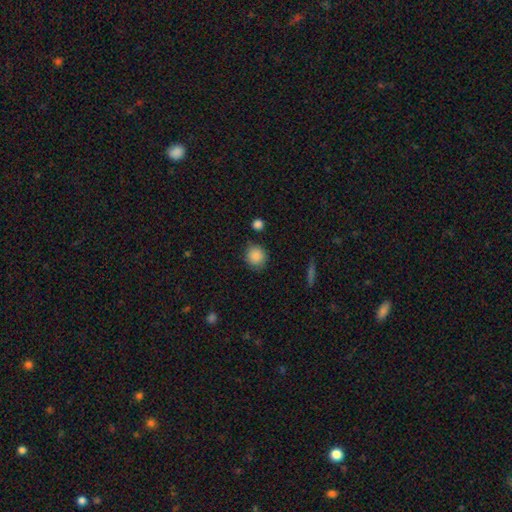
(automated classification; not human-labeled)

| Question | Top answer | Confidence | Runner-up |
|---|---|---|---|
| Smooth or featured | smooth | 88% | star or artifact (9%) |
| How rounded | round | 84% | in between (15%) |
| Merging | none | 82% | minor disturbance (12%) |